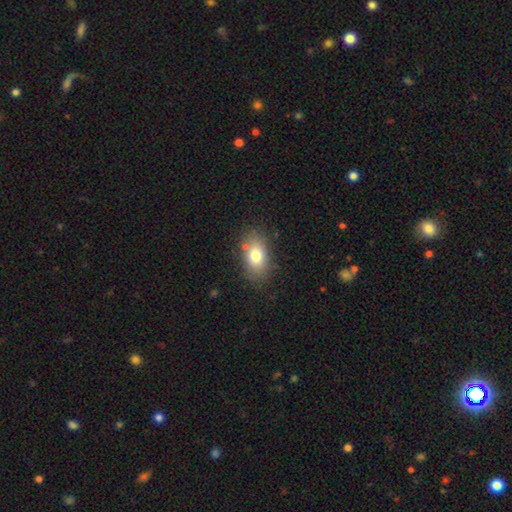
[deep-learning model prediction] smooth 77%, featured or disk 14%, star or artifact 9%. Down the decision tree: how rounded — in between (86%); merging — none (77%).